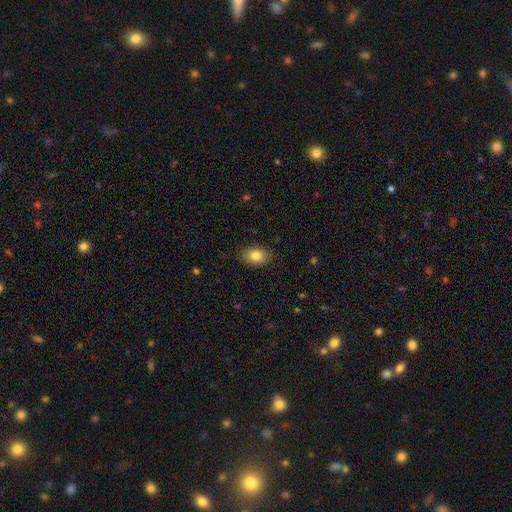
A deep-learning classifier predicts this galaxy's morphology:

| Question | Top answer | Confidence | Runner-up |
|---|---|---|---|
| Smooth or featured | smooth | 82% | featured or disk (9%) |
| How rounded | in between | 83% | round (15%) |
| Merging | none | 86% | minor disturbance (11%) |